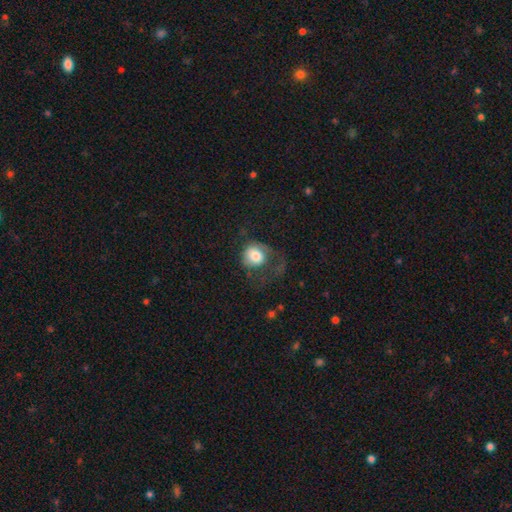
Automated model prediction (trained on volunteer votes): This appears to be a smooth galaxy with no disk features (70%) that is round (74%). Merging: major disturbance (48%).